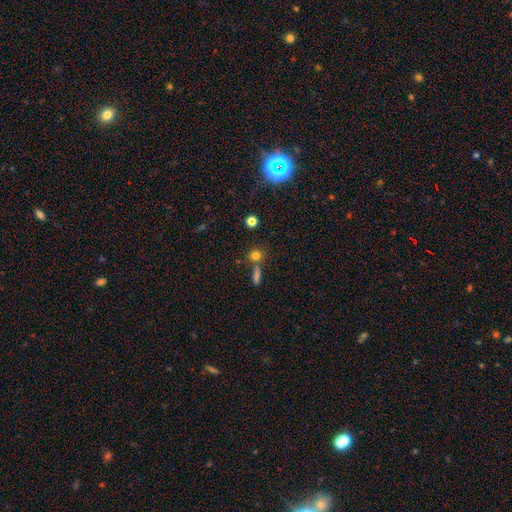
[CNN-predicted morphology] Smooth or featured: smooth — 75% (star or artifact — 17%)
How rounded: round — 80% (in between — 16%)
Merging: none — 67% (merger — 19%)